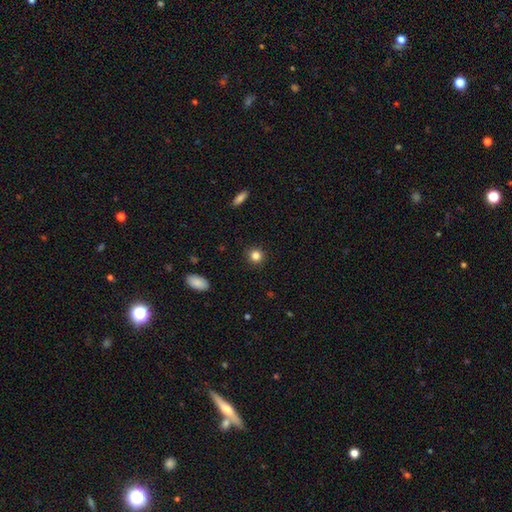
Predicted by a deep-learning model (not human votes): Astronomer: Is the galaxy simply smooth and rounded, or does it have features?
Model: smooth — 84%.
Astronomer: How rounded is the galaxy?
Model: round — 90%.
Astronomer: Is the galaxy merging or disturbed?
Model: none — 91%.